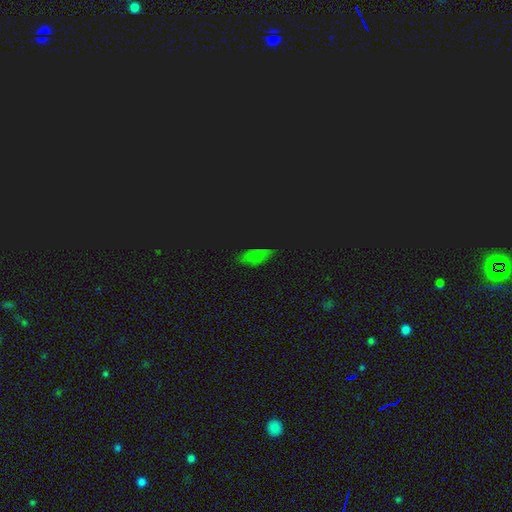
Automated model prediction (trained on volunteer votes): A smooth galaxy with no disk features (51%) that is in between round and cigar-shaped (80%). Merging: none (72%).